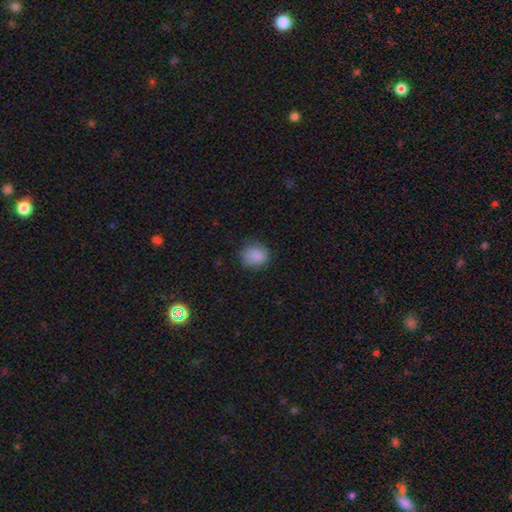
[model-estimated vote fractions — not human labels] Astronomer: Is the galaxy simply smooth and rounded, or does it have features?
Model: smooth — 85%.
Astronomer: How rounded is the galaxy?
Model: round — 73%.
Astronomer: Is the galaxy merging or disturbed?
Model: none — 75%.